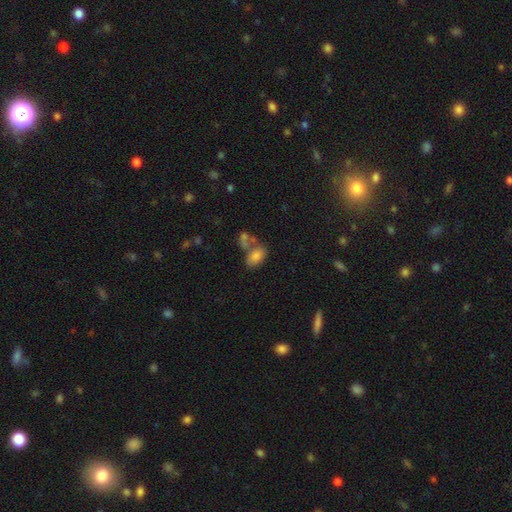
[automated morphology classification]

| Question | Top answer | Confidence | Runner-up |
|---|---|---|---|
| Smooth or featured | smooth | 77% | featured or disk (13%) |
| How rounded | in between | 90% | round (8%) |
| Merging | merger | 41% | none (38%) |